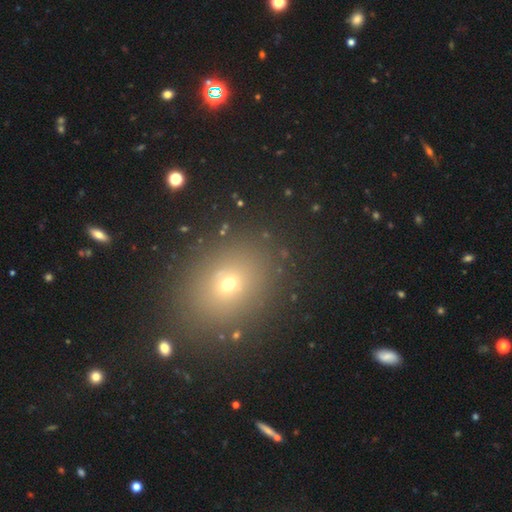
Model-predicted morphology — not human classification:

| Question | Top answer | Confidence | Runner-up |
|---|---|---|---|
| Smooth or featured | smooth | 61% | star or artifact (28%) |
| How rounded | round | 56% | in between (43%) |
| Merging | none | 88% | minor disturbance (7%) |